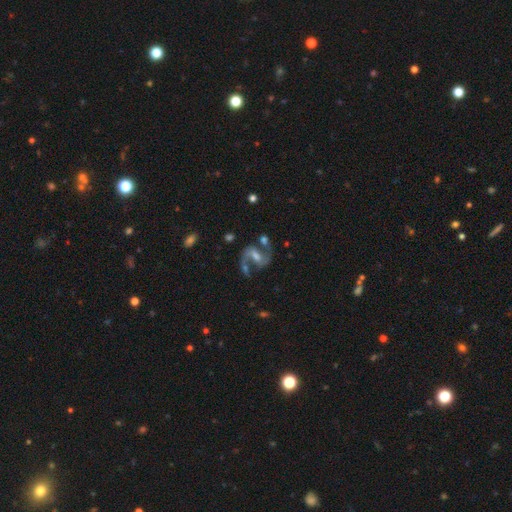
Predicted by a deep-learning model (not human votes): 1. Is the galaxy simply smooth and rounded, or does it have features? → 86% featured or disk, 7% smooth, 7% star or artifact.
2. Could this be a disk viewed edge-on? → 98% no, 2% yes.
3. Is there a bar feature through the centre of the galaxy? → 46% weak, 34% strong, 20% no.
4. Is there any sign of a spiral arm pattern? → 96% yes, 4% no.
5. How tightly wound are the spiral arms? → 53% medium, 37% loose, 10% tight.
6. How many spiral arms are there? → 92% 2, 3% 1, 2% can't tell, 1% 3, 1% 4, 1% more than 4.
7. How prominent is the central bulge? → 46% moderate, 32% small, 12% none, 9% large, 2% dominant.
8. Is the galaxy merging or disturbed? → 62% none, 15% minor disturbance, 11% merger, 11% major disturbance.